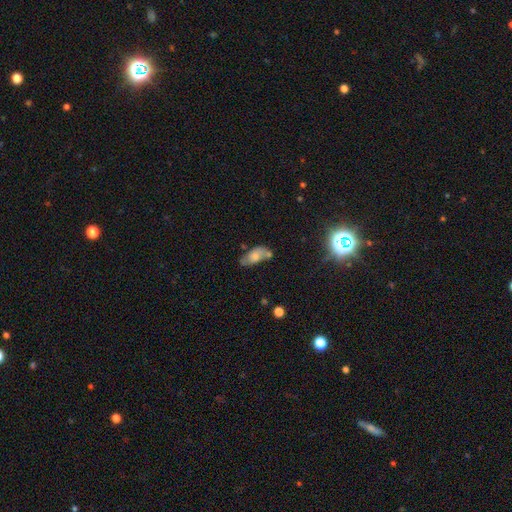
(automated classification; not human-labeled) Smooth or featured? Predicted: smooth (p=0.61). How rounded? Predicted: in between (p=0.87). Merging? Predicted: none (p=0.46).